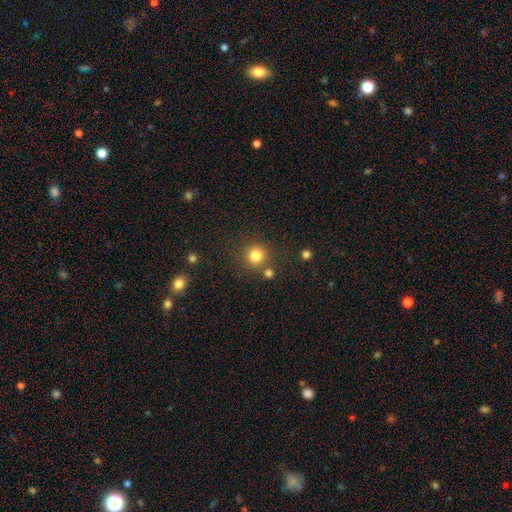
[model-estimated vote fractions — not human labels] This is clearly a smooth galaxy (82%). How rounded: clearly round (93%). Merging: clearly none (81%).